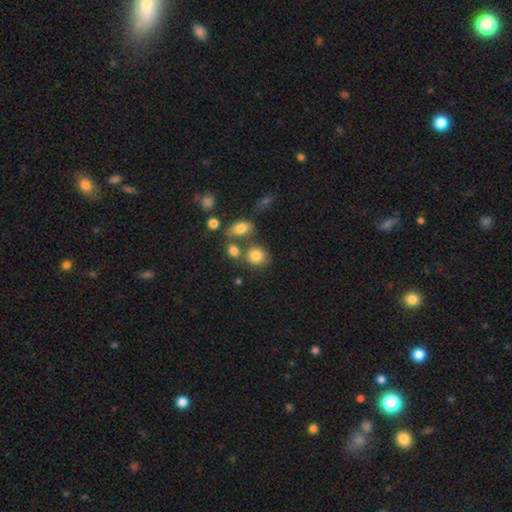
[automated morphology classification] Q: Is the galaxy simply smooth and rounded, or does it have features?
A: smooth — 81%.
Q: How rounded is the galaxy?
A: round — 66%.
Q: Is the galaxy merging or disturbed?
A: none — 58%.